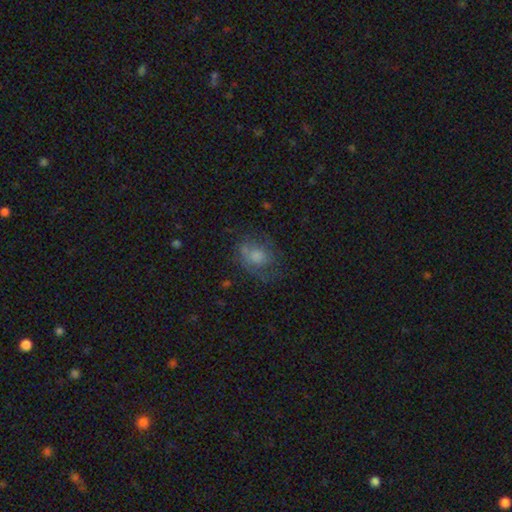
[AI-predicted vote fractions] Q: Smooth or featured?
A: smooth (54%); runner-up: featured or disk (31%)
Q: How rounded?
A: in between (53%); runner-up: round (46%)
Q: Merging?
A: none (54%); runner-up: minor disturbance (24%)